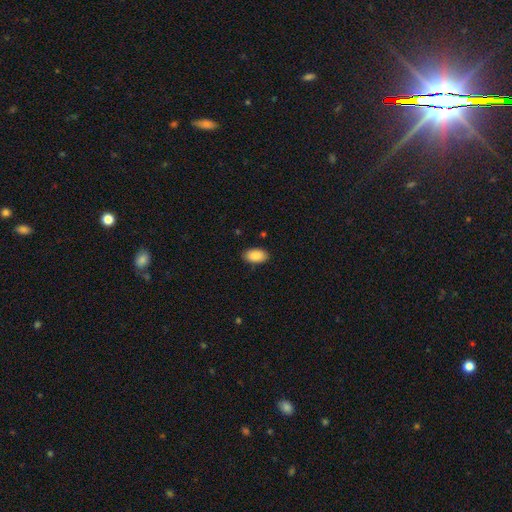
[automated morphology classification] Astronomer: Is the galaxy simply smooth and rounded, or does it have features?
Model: smooth — 89%.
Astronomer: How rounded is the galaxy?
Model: in between — 95%.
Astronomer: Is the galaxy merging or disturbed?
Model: none — 88%.